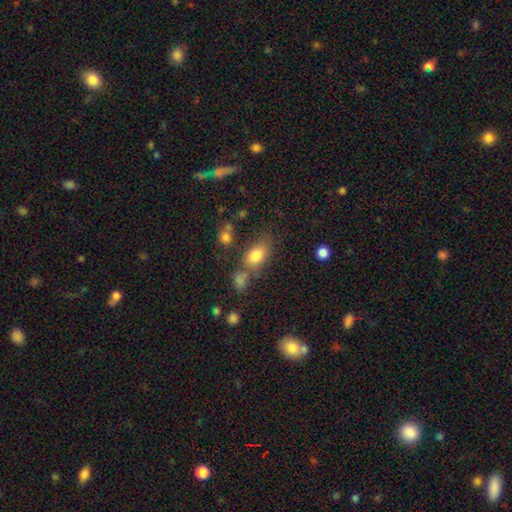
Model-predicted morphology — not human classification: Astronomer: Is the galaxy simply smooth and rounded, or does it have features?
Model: smooth — 80%.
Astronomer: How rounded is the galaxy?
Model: in between — 82%.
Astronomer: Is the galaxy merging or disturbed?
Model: none — 58%.